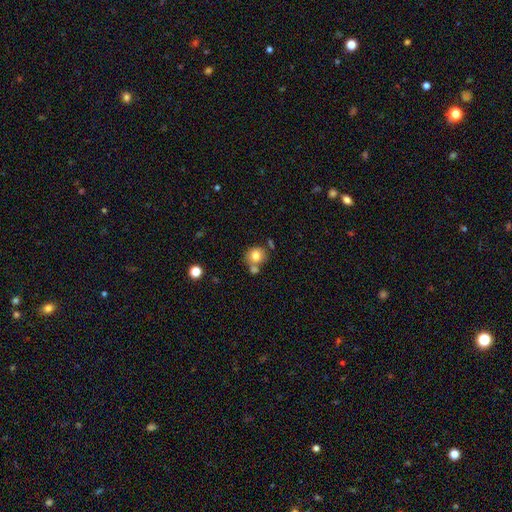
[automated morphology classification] A smooth galaxy with no disk features (77%) that is round (83%).

Vote fractions:
- Smooth or featured? smooth: 77% / featured or disk: 12% / star or artifact: 10%
- How rounded? round: 83% / in between: 16% / cigar-shaped: 1%
- Merging? none: 58% / merger: 26% / minor disturbance: 12% / major disturbance: 4%